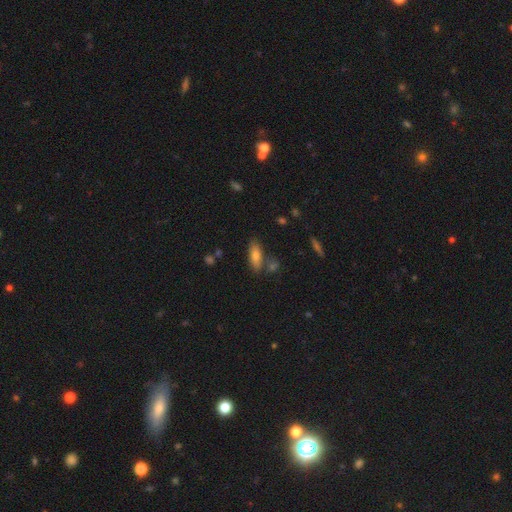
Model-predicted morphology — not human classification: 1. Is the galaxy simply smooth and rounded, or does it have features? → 73% smooth, 19% featured or disk, 8% star or artifact.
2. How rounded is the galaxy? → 65% in between, 33% cigar-shaped, 3% round.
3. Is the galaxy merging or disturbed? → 71% none, 14% minor disturbance, 12% merger, 4% major disturbance.